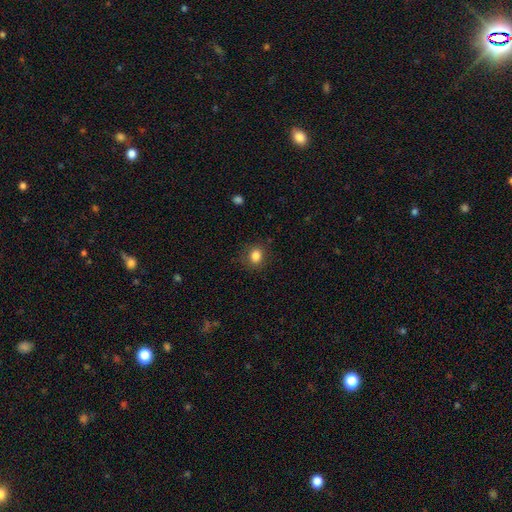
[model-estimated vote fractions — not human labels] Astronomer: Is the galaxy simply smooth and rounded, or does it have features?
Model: smooth — 84%.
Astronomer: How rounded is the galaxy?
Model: round — 61% (runner-up: in between, 38%).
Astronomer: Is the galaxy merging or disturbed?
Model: none — 83%.